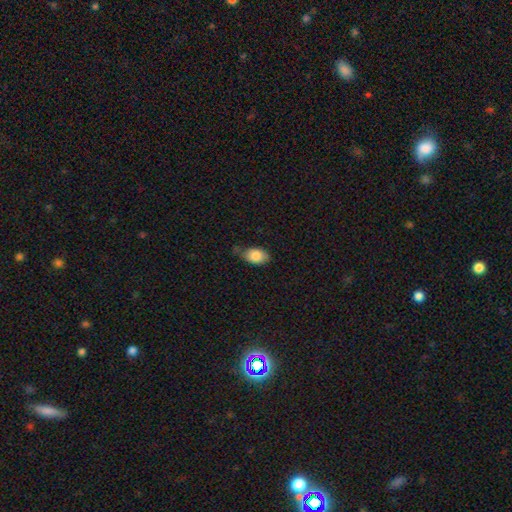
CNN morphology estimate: Smooth or featured? Predicted: smooth (p=0.85). How rounded? Predicted: in between (p=0.87). Merging? Predicted: none (p=0.56).